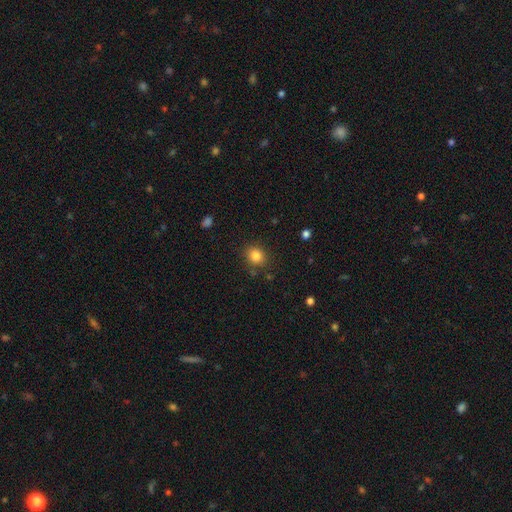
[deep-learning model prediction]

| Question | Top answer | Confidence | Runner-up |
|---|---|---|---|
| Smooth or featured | smooth | 83% | star or artifact (12%) |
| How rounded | round | 77% | in between (22%) |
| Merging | none | 85% | minor disturbance (10%) |